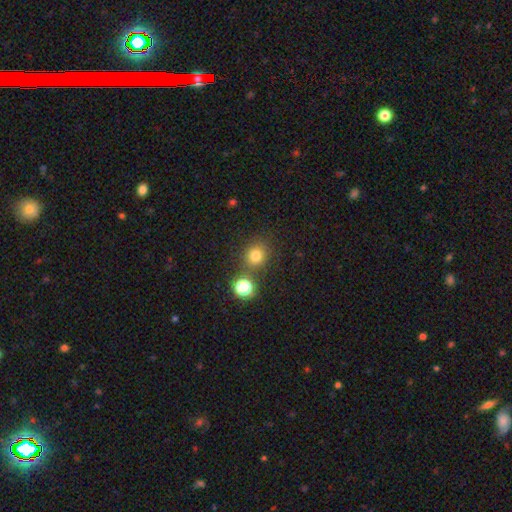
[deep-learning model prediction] smooth 75%, star or artifact 19%, featured or disk 6%. Down the decision tree: how rounded — round (86%); merging — none (78%).